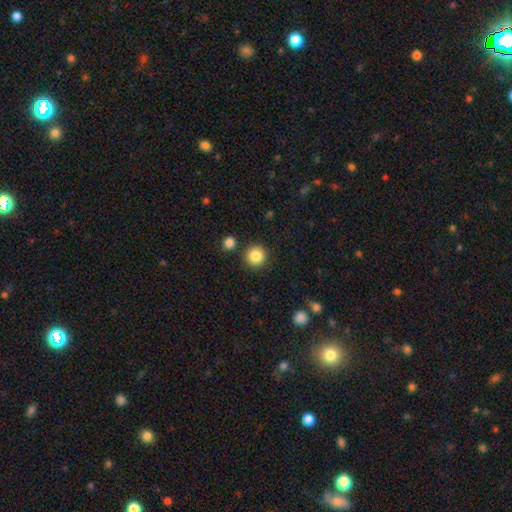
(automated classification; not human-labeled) smooth 86%, star or artifact 10%, featured or disk 4%. Down the decision tree: how rounded — round (95%); merging — none (88%).